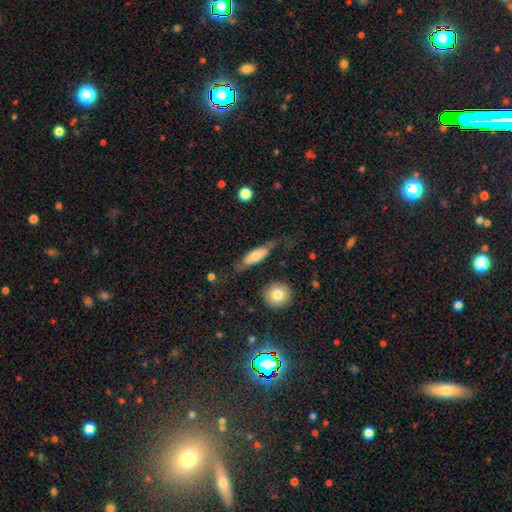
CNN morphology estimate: Q: Smooth or featured?
A: smooth (57%); runner-up: featured or disk (36%)
Q: How rounded?
A: in between (50%); runner-up: cigar-shaped (46%)
Q: Merging?
A: none (59%); runner-up: minor disturbance (23%)